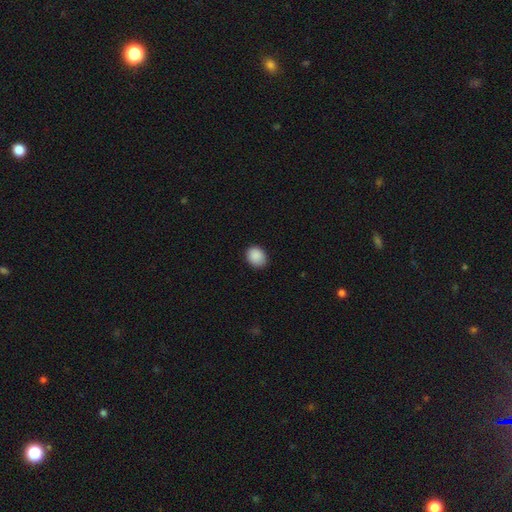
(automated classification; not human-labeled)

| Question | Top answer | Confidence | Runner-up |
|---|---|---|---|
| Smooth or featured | smooth | 90% | star or artifact (8%) |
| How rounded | round | 56% | in between (43%) |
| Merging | none | 87% | minor disturbance (10%) |